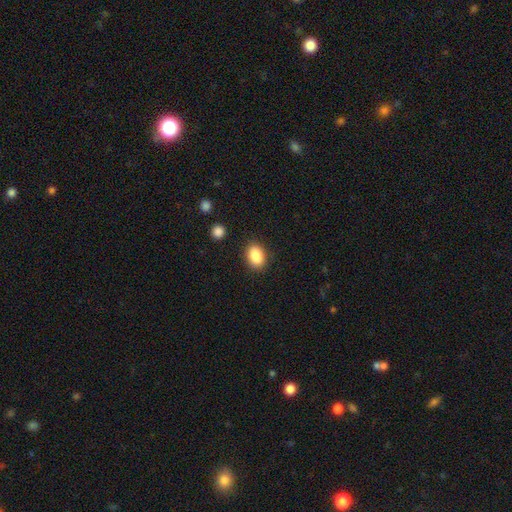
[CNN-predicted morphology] A smooth galaxy with no disk features (89%) that is in between round and cigar-shaped (81%).

Vote fractions:
- Smooth or featured? smooth: 89% / star or artifact: 8% / featured or disk: 4%
- How rounded? in between: 81% / round: 18% / cigar-shaped: 1%
- Merging? none: 87% / minor disturbance: 9% / major disturbance: 3% / merger: 2%